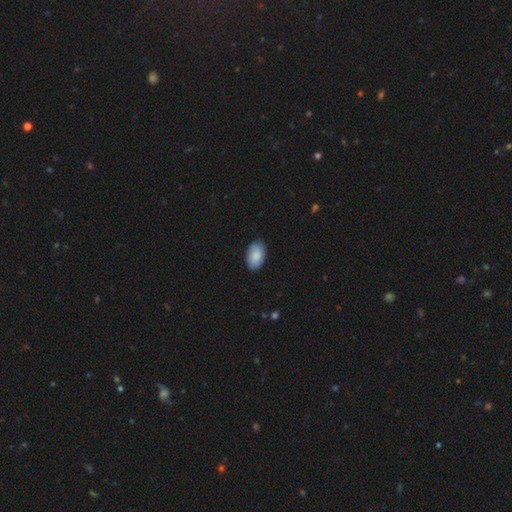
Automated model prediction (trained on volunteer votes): The model was most divided on "merging": none: 87%, minor disturbance: 10%, major disturbance: 2%, merger: 1%. More confident: how rounded — in between (94%); smooth or featured — smooth (89%).